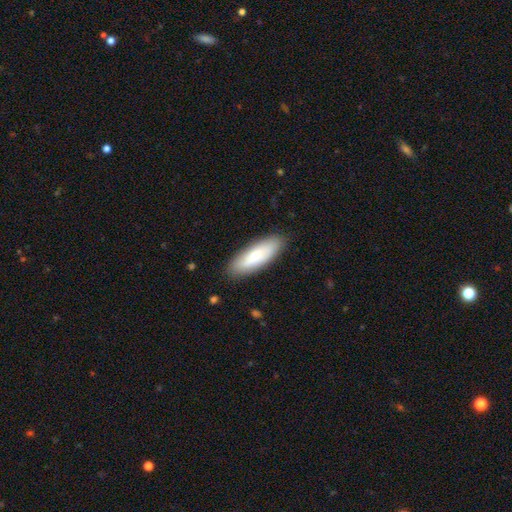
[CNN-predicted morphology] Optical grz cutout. It shows a smooth galaxy with no disk features (77%) that is in between round and cigar-shaped (55%). Merging: none (88%).